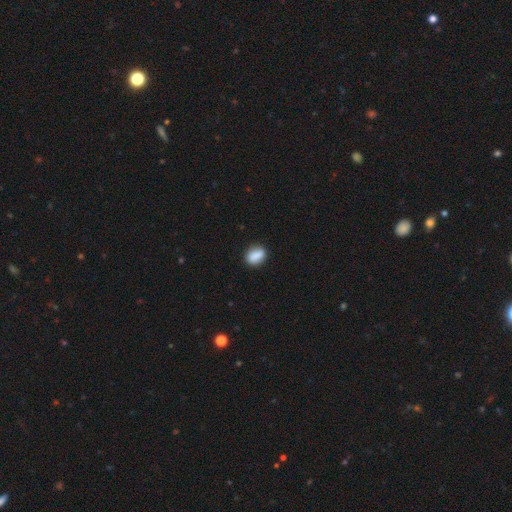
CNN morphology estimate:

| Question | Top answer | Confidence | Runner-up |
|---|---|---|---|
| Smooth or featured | smooth | 84% | featured or disk (8%) |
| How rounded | in between | 68% | round (28%) |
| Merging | none | 84% | minor disturbance (12%) |